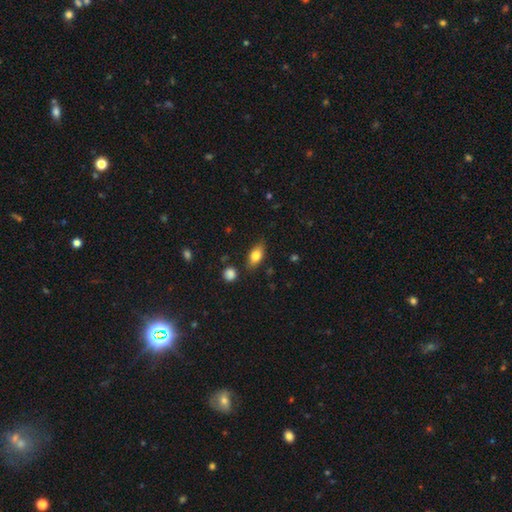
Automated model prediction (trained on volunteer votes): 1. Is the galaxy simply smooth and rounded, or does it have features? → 77% smooth, 16% featured or disk, 8% star or artifact.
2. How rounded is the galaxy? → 84% in between, 10% cigar-shaped, 6% round.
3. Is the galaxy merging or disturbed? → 80% none, 14% minor disturbance, 3% major disturbance, 3% merger.